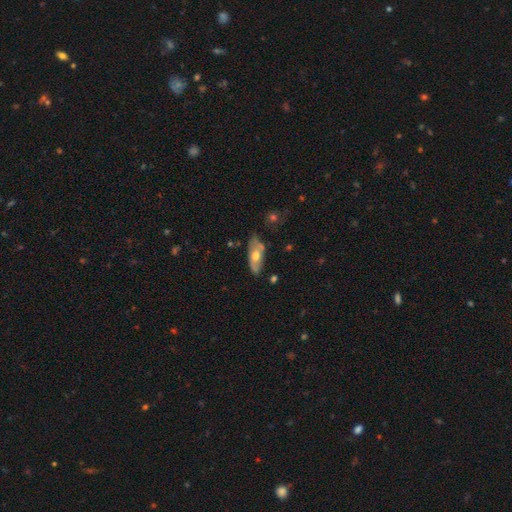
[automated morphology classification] This is possibly a smooth galaxy (48%). Merging: likely none (70%).